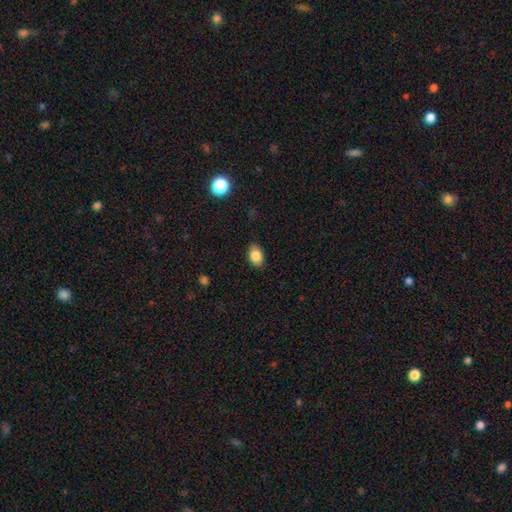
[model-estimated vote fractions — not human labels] This appears to be a smooth galaxy with no disk features (85%) that is in between round and cigar-shaped (86%). Merging: none (86%).